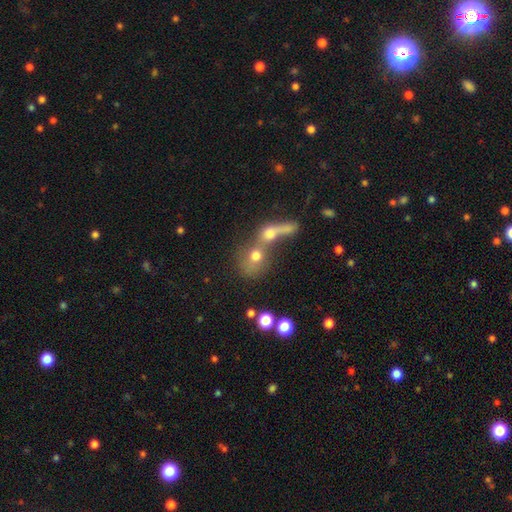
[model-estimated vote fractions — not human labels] Smooth or featured: smooth — 66% (featured or disk — 21%)
How rounded: round — 63% (in between — 32%)
Merging: merger — 69% (none — 18%)